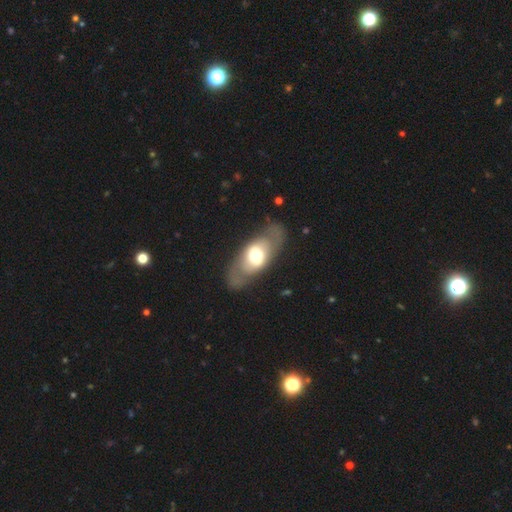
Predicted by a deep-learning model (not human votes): The model was most divided on "smooth or featured": featured or disk: 55%, smooth: 39%, star or artifact: 6%. More confident: edge-on disk — no (82%); merging — none (77%).